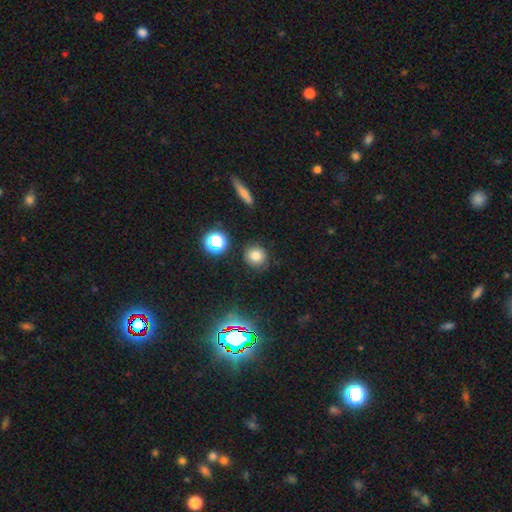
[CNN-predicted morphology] Overall: smooth (74%). How rounded: round (89%). Merging: none (84%).